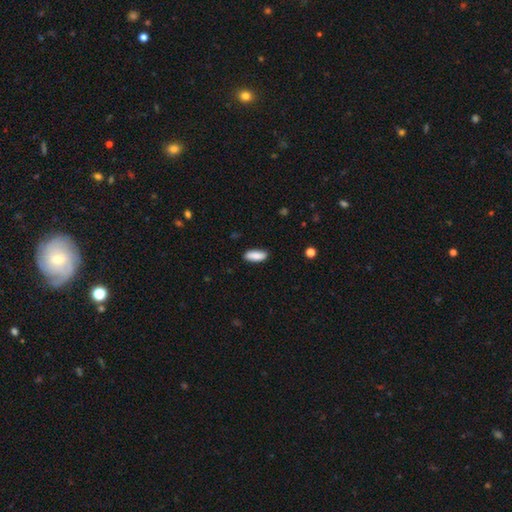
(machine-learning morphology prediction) smooth-or-featured: smooth: 86% | featured or disk: 8% | star or artifact: 6%
  how-rounded: in between: 68% | cigar-shaped: 30% | round: 2%
  merging: none: 86% | minor disturbance: 11% | major disturbance: 2% | merger: 1%